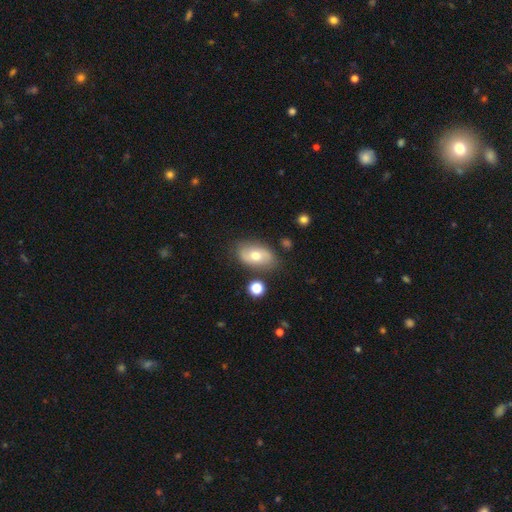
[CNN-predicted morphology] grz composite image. It shows a smooth galaxy with no disk features (56%) that is in between round and cigar-shaped (89%). Merging: none (76%).